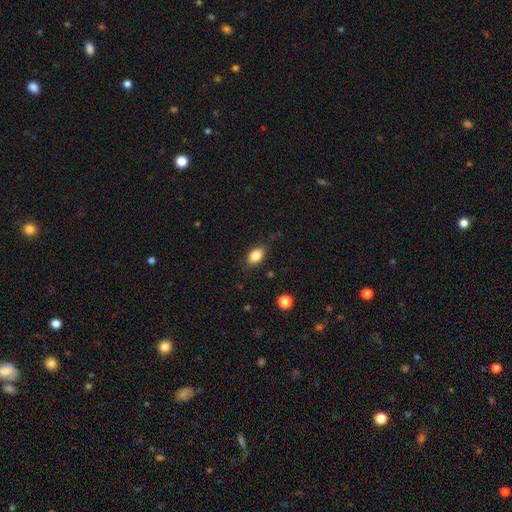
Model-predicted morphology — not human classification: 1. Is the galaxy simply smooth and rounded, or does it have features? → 84% smooth, 9% star or artifact, 7% featured or disk.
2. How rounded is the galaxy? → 85% in between, 13% round, 2% cigar-shaped.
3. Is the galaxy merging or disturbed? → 82% none, 14% minor disturbance, 3% major disturbance, 1% merger.